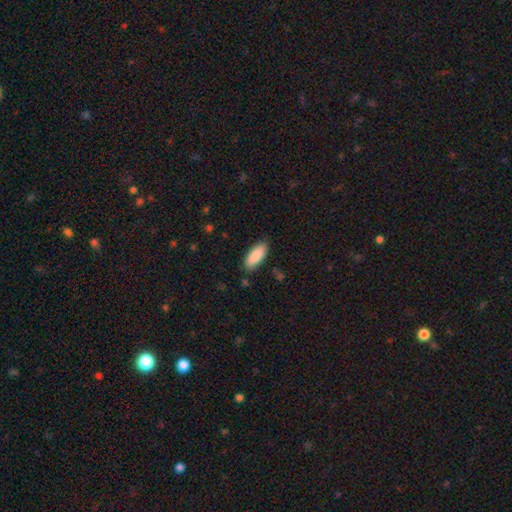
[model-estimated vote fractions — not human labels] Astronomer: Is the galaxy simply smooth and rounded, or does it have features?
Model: smooth — 90%.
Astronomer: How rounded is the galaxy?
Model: in between — 80%.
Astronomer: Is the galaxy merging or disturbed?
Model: none — 85%.